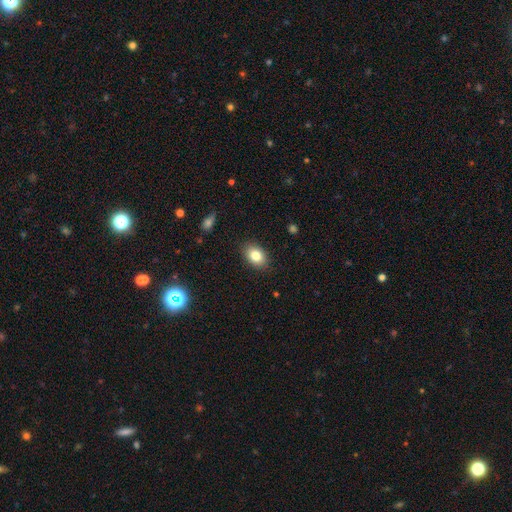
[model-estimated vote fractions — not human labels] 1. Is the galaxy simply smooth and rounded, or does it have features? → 82% smooth, 9% featured or disk, 9% star or artifact.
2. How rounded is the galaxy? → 82% in between, 17% round, 1% cigar-shaped.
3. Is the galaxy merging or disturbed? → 87% none, 9% minor disturbance, 2% major disturbance, 1% merger.